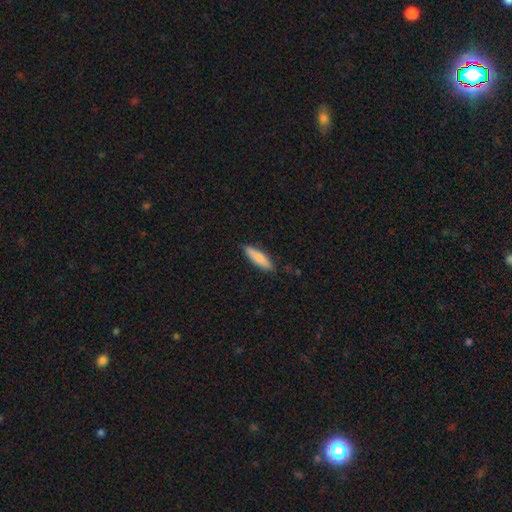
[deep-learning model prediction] Q: Smooth or featured?
A: smooth (75%); runner-up: featured or disk (19%)
Q: How rounded?
A: cigar-shaped (76%); runner-up: in between (22%)
Q: Merging?
A: none (87%); runner-up: minor disturbance (11%)